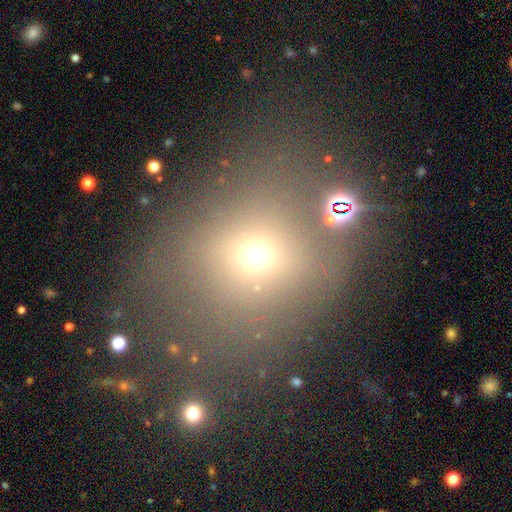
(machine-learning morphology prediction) smooth 59%, star or artifact 28%, featured or disk 13%. Down the decision tree: how rounded — round (72%); merging — none (70%).